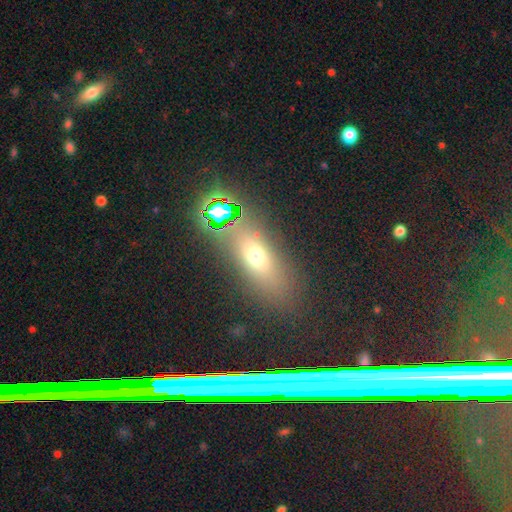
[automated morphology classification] A smooth galaxy with no disk features (55%) that is in between round and cigar-shaped (60%). Merging: none (77%).